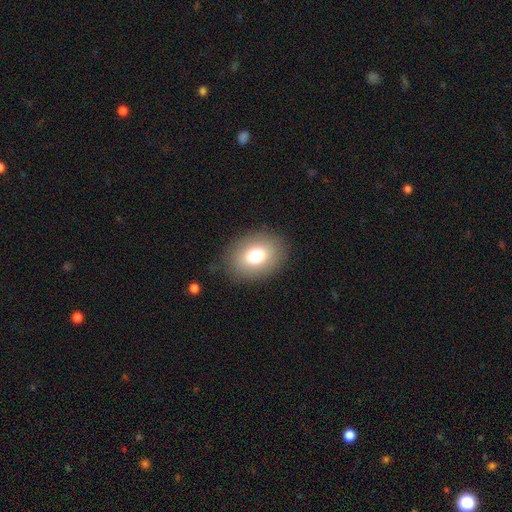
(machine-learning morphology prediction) Q: Smooth or featured?
A: smooth (76%); runner-up: featured or disk (13%)
Q: How rounded?
A: in between (65%); runner-up: round (34%)
Q: Merging?
A: none (84%); runner-up: minor disturbance (10%)